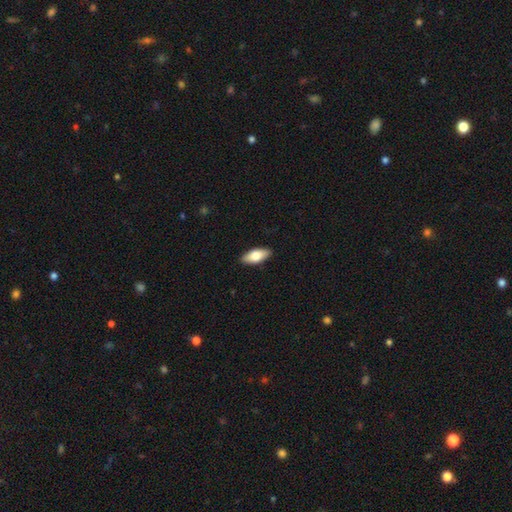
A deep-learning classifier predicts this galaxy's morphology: A smooth galaxy with no disk features (76%) that is in between round and cigar-shaped (85%). Merging: none (89%).